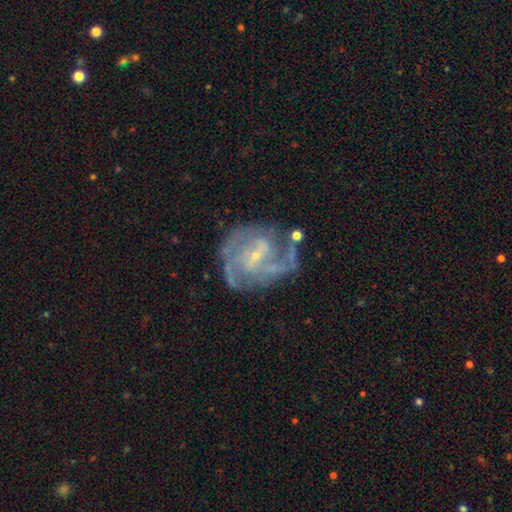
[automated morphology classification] A featured or disk galaxy (84%) with no bar (44%), 2 (33%) medium (44%) spiral arms (89%) and a small central bulge (79%).

Vote fractions:
- Smooth or featured? featured or disk: 84% / smooth: 9% / star or artifact: 7%
- Edge-on disk? no: 98% / yes: 2%
- Bar? no: 44% / weak: 42% / strong: 14%
- Spiral arms? yes: 89% / no: 11%
- Spiral winding? medium: 44% / tight: 40% / loose: 16%
- Spiral arm count? 2: 33% / can't tell: 28% / 3: 21% / 4: 8% / 1: 6% / more than 4: 5%
- Bulge size? small: 79% / moderate: 15% / none: 4% / large: 1% / dominant: 1%
- Merging? none: 53% / minor disturbance: 21% / major disturbance: 18% / merger: 7%